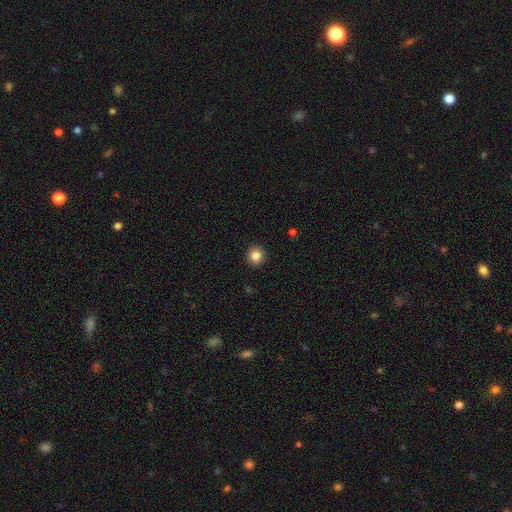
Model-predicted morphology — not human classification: Q: Smooth or featured?
A: smooth (85%); runner-up: star or artifact (10%)
Q: How rounded?
A: round (93%); runner-up: in between (7%)
Q: Merging?
A: none (93%); runner-up: minor disturbance (5%)